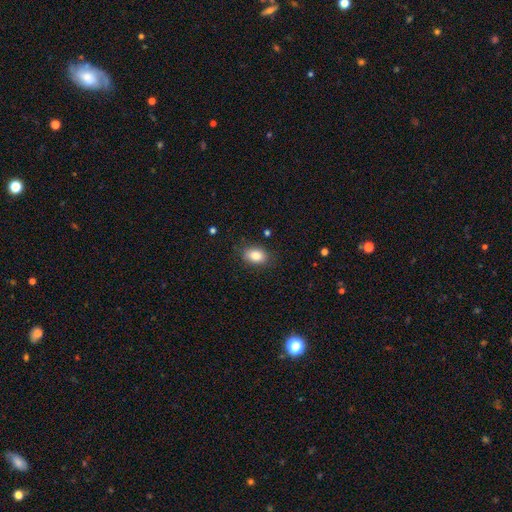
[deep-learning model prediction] Smooth or featured? smooth (84%)
How rounded? in between (81%)
Merging? none (84%)